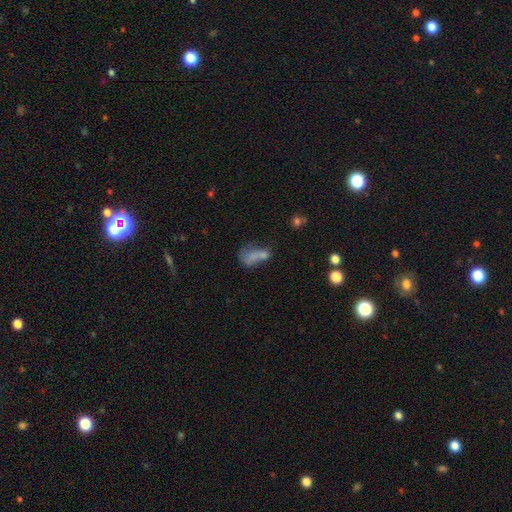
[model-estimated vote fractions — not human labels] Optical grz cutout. It shows a smooth galaxy with no disk features (56%) that is in between round and cigar-shaped (75%). Merging: merger (37%).